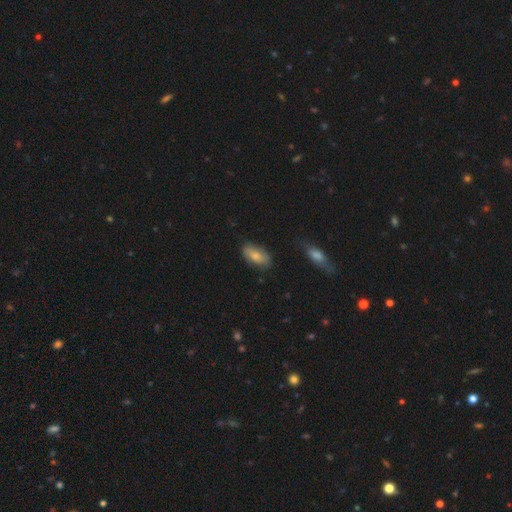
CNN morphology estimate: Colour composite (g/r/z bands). It shows a smooth galaxy with no disk features (77%) that is in between round and cigar-shaped (91%). Merging: none (72%).